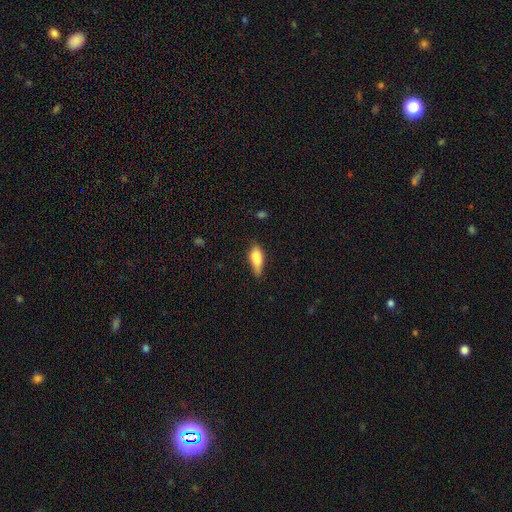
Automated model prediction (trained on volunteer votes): Q: Smooth or featured?
A: smooth (80%); runner-up: featured or disk (12%)
Q: How rounded?
A: in between (73%); runner-up: cigar-shaped (23%)
Q: Merging?
A: none (49%); runner-up: minor disturbance (35%)